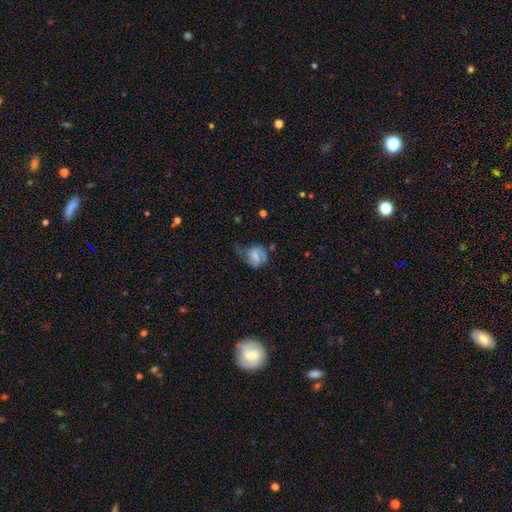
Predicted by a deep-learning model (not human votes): A smooth galaxy with no disk features (54%) that is round (65%). Merging: none (36%).